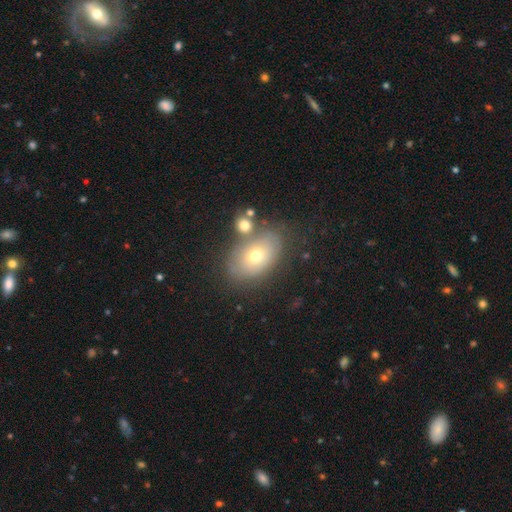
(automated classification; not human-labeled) smooth-or-featured: smooth: 59% | featured or disk: 31% | star or artifact: 10%
  how-rounded: in between: 81% | round: 17% | cigar-shaped: 1%
  merging: none: 64% | minor disturbance: 16% | merger: 14% | major disturbance: 6%